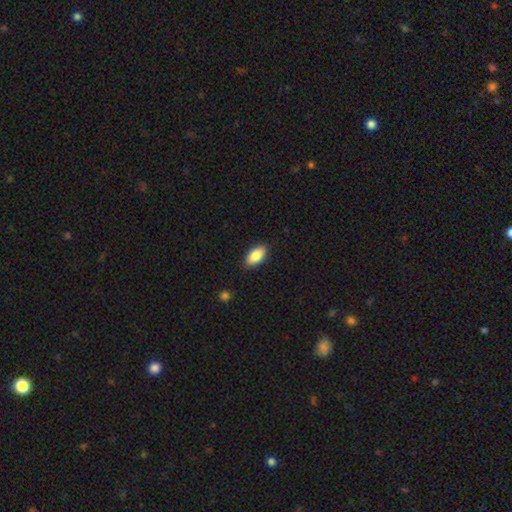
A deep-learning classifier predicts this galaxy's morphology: The model was most divided on "merging": none: 88%, minor disturbance: 9%, major disturbance: 2%, merger: 1%. More confident: how rounded — in between (93%); smooth or featured — smooth (88%).